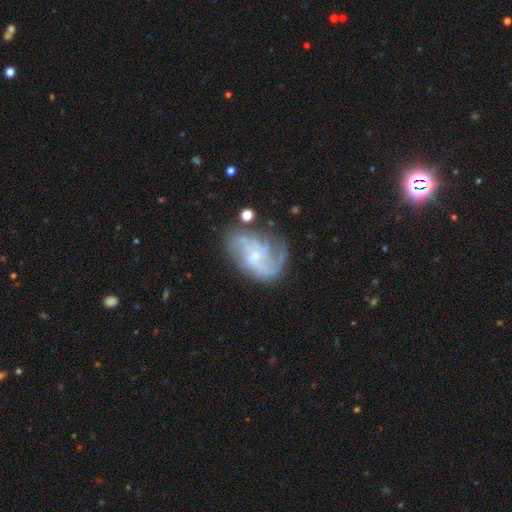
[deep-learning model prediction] Smooth or featured?
  - featured or disk: 80% *
  - smooth: 13%
  - star or artifact: 7%
Edge-on disk?
  - no: 98% *
  - yes: 2%
Bar?
  - no: 57% *
  - weak: 37%
  - strong: 6%
Spiral arms?
  - yes: 92% *
  - no: 8%
Spiral winding?
  - medium: 46% *
  - tight: 29%
  - loose: 26%
Spiral arm count?
  - 2: 37% *
  - can't tell: 25%
  - 3: 21%
  - 4: 6%
  - 1: 6%
  - more than 4: 5%
Bulge size?
  - small: 56% *
  - moderate: 22%
  - none: 18%
  - large: 2%
  - dominant: 1%
Merging?
  - none: 61% *
  - minor disturbance: 20%
  - major disturbance: 15%
  - merger: 4%